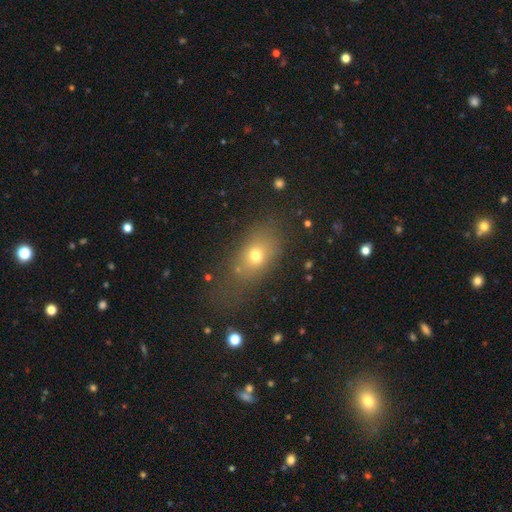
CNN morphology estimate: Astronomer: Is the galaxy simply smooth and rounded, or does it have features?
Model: smooth — 69%.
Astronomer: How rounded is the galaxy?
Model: in between — 69%.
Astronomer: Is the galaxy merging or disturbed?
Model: none — 61%.